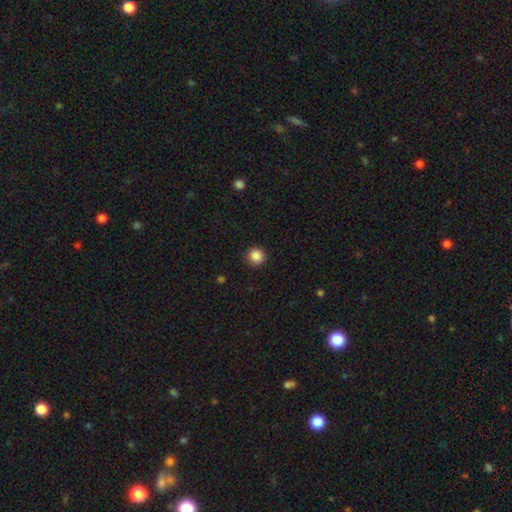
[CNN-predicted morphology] smooth-or-featured: smooth: 87% | star or artifact: 10% | featured or disk: 3%
  how-rounded: round: 95% | in between: 4% | cigar-shaped: 1%
  merging: none: 92% | minor disturbance: 5% | major disturbance: 2% | merger: 1%